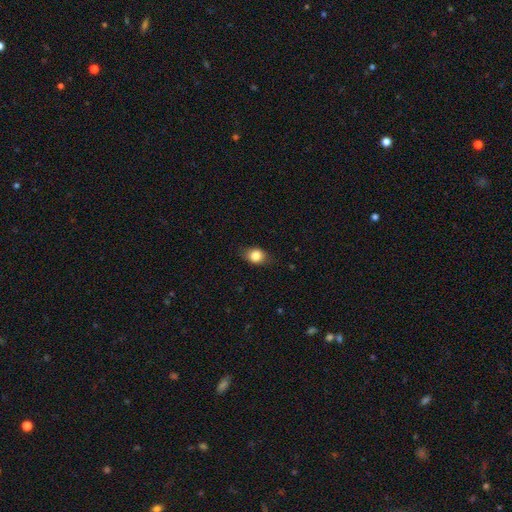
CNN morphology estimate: This is clearly a smooth galaxy (82%). How rounded: possibly in between (55%). Merging: likely none (79%).